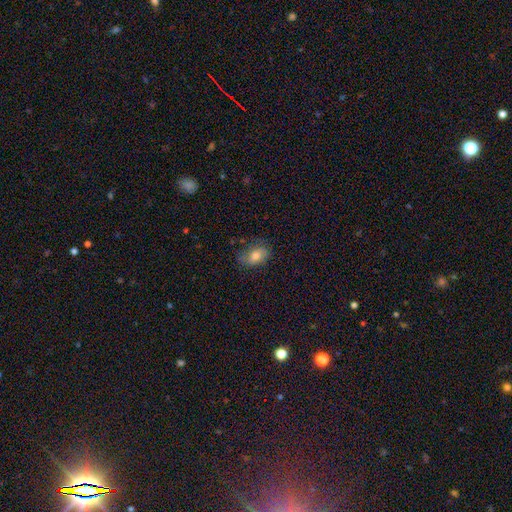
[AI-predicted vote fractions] smooth_or_featured: smooth (p=0.68) [alt: featured or disk p=0.22]
how_rounded: in between (p=0.83) [alt: round p=0.15]
merging: none (p=0.67) [alt: minor disturbance p=0.24]